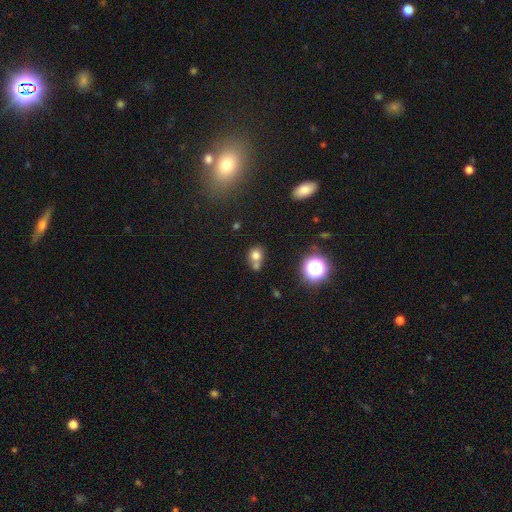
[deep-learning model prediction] Smooth or featured: smooth — 73% (star or artifact — 16%)
How rounded: round — 69% (in between — 30%)
Merging: none — 43% (merger — 40%)